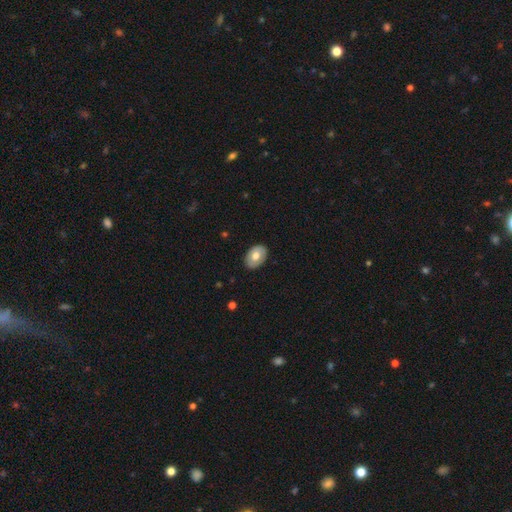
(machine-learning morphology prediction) This appears to be a smooth galaxy with no disk features (64%) that is in between round and cigar-shaped (83%). Merging: none (87%).